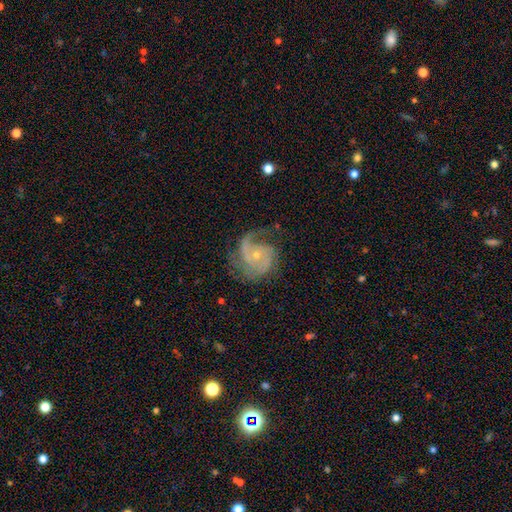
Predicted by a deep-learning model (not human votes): A featured or disk galaxy (87%) with no bar (70%), 2 (50%) medium (49%) spiral arms (97%) and a small central bulge (71%). Merging: none (63%).